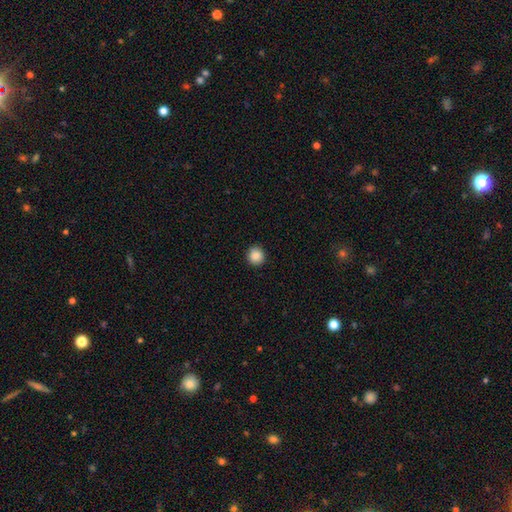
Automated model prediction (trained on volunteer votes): A smooth galaxy with no disk features (88%) that is round (90%).

Vote fractions:
- Smooth or featured? smooth: 88% / star or artifact: 9% / featured or disk: 3%
- How rounded? round: 90% / in between: 9% / cigar-shaped: 1%
- Merging? none: 92% / minor disturbance: 6% / major disturbance: 2% / merger: 1%